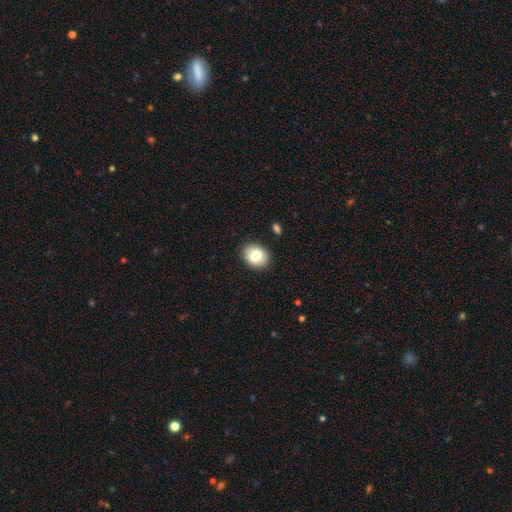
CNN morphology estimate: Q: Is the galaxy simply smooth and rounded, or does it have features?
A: smooth — 79%.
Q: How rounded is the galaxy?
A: in between — 58%.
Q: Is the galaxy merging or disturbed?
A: none — 89%.